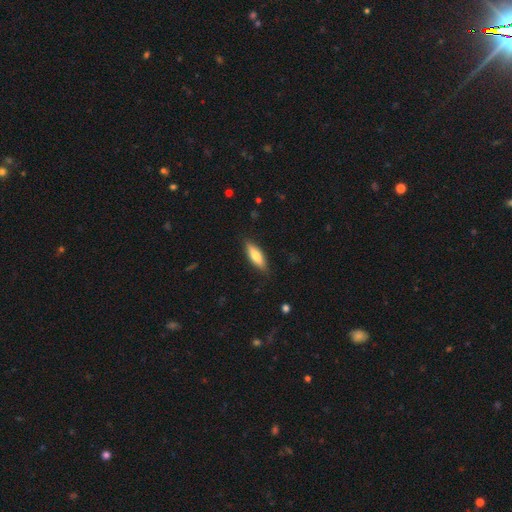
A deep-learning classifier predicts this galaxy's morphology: type=smooth (70%); roundness=cigar-shaped (52%); merging=none (85%).